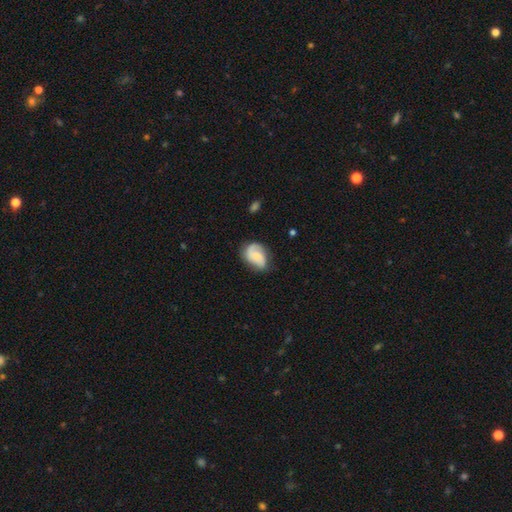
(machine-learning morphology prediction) Q: Smooth or featured?
A: featured or disk (56%); runner-up: smooth (37%)
Q: Edge-on disk?
A: no (97%); runner-up: yes (3%)
Q: Bar?
A: no (64%); runner-up: weak (30%)
Q: Spiral arms?
A: yes (90%); runner-up: no (10%)
Q: Bulge size?
A: small (52%); runner-up: moderate (37%)
Q: Merging?
A: none (62%); runner-up: minor disturbance (27%)